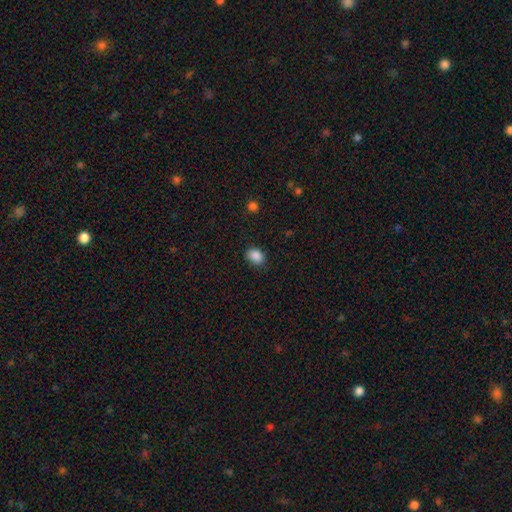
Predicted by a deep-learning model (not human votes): Q: Smooth or featured?
A: smooth (88%); runner-up: star or artifact (9%)
Q: How rounded?
A: in between (67%); runner-up: round (32%)
Q: Merging?
A: none (83%); runner-up: minor disturbance (13%)